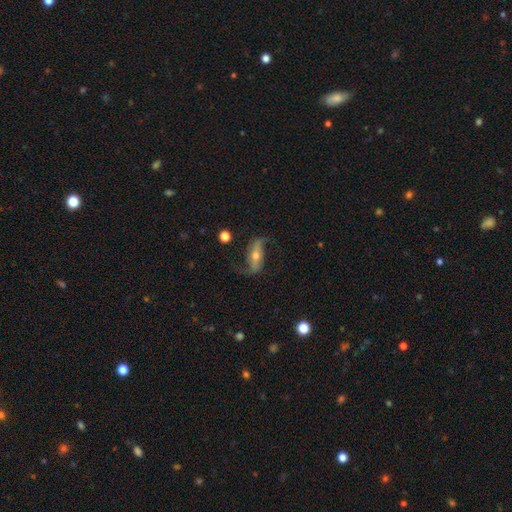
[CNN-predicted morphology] Smooth or featured? Predicted: featured or disk (p=0.78). Edge-on disk? Predicted: no (p=0.84). Bar? Predicted: strong (p=0.40). Spiral arms? Predicted: yes (p=0.92). Spiral winding? Predicted: loose (p=0.78). Spiral arm count? Predicted: 2 (p=0.90). Bulge size? Predicted: moderate (p=0.55). Merging? Predicted: none (p=0.68).